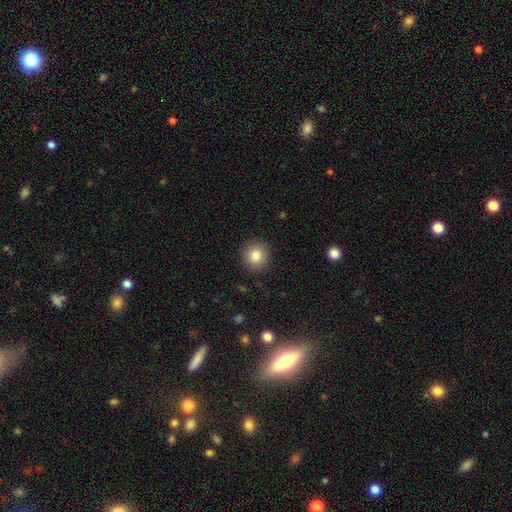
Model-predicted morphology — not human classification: This is clearly a smooth galaxy (83%). How rounded: clearly round (90%). Merging: clearly none (91%).